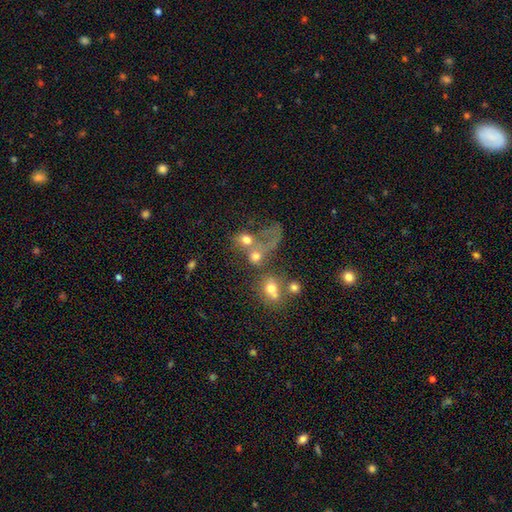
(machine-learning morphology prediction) Smooth or featured: smooth — 54% (featured or disk — 29%)
How rounded: round — 63% (in between — 35%)
Merging: merger — 55% (major disturbance — 20%)